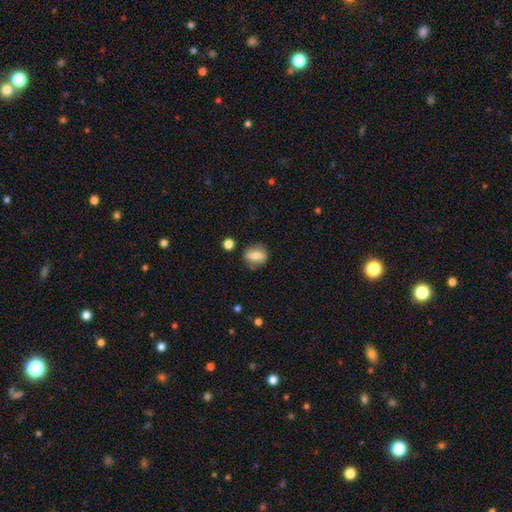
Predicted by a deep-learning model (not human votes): This appears to be a smooth galaxy with no disk features (72%) that is in between round and cigar-shaped (59%). Merging: none (79%).